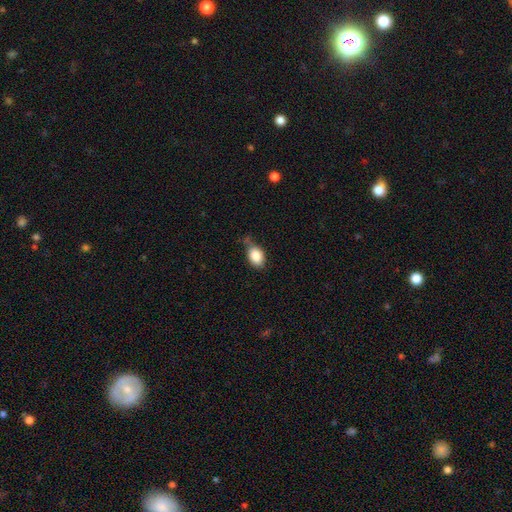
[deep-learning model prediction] Smooth or featured?
  - smooth: 85% *
  - star or artifact: 8%
  - featured or disk: 7%
How rounded?
  - in between: 81% *
  - round: 18%
  - cigar-shaped: 2%
Merging?
  - none: 55% *
  - minor disturbance: 30%
  - major disturbance: 8%
  - merger: 7%